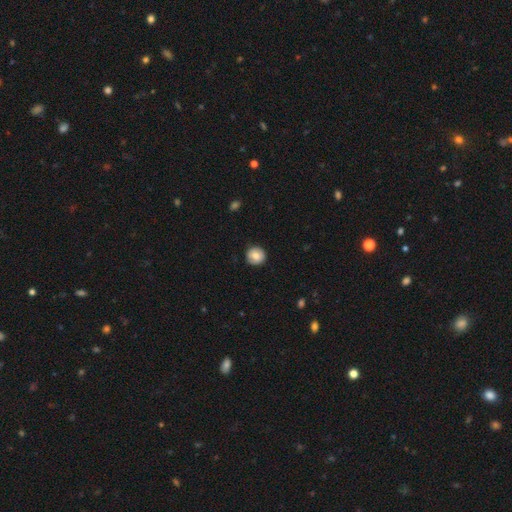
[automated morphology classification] Smooth or featured? Predicted: smooth (p=0.77). How rounded? Predicted: round (p=0.92). Merging? Predicted: none (p=0.87).